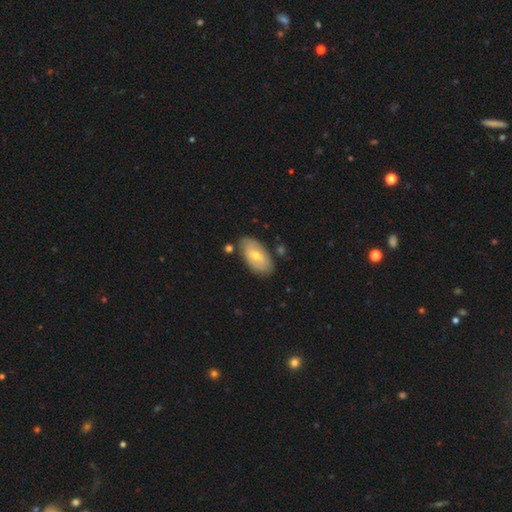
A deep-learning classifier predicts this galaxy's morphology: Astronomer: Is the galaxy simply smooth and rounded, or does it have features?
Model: smooth — 52% (runner-up: featured or disk, 42%).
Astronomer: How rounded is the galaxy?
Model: in between — 93%.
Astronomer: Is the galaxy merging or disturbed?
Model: none — 76%.